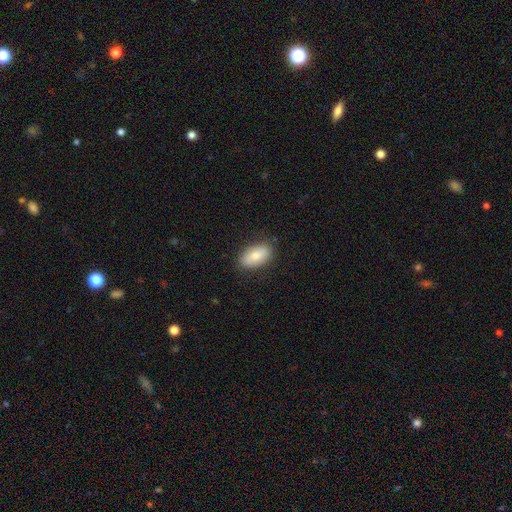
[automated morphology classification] Smooth or featured?
  - smooth: 75% *
  - featured or disk: 19%
  - star or artifact: 6%
How rounded?
  - in between: 92% *
  - round: 5%
  - cigar-shaped: 3%
Merging?
  - none: 85% *
  - minor disturbance: 12%
  - major disturbance: 3%
  - merger: 1%